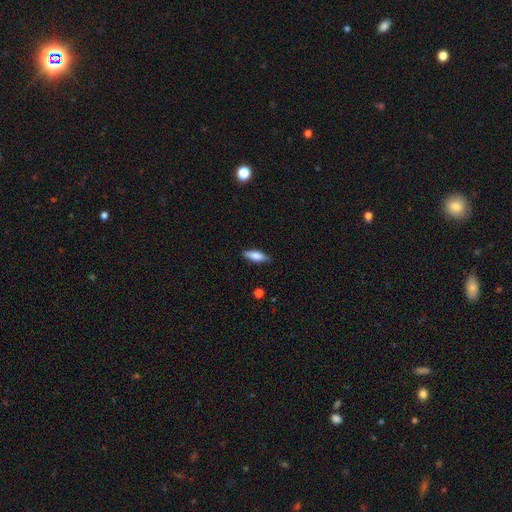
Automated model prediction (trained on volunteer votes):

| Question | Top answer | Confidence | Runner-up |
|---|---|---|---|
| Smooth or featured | smooth | 79% | featured or disk (15%) |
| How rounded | in between | 62% | cigar-shaped (35%) |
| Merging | none | 83% | minor disturbance (13%) |